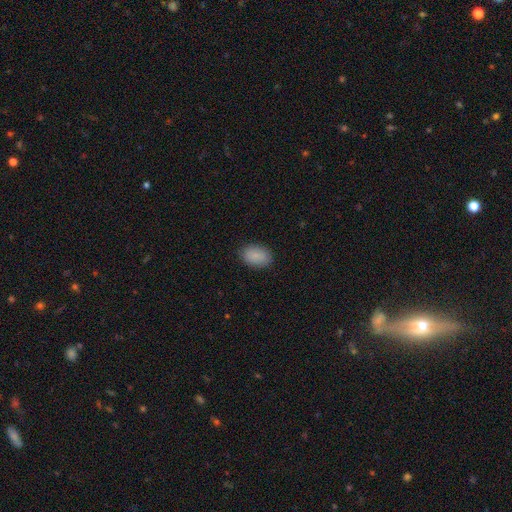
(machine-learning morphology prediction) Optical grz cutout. It shows a smooth galaxy with no disk features (89%) that is in between round and cigar-shaped (86%). Merging: none (87%).